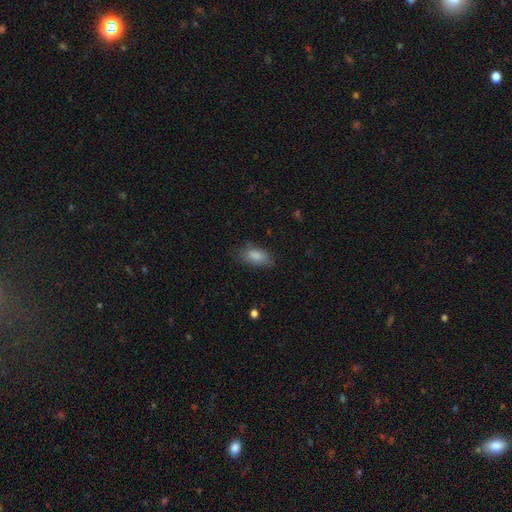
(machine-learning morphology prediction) Smooth or featured? Predicted: smooth (p=0.85). How rounded? Predicted: in between (p=0.89). Merging? Predicted: none (p=0.70).